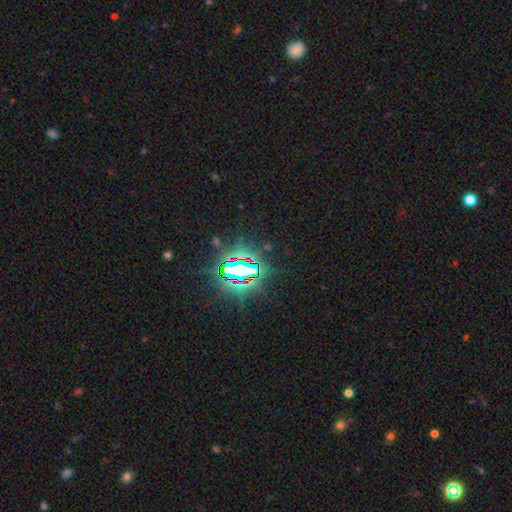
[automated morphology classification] Smooth or featured? star or artifact (84%)